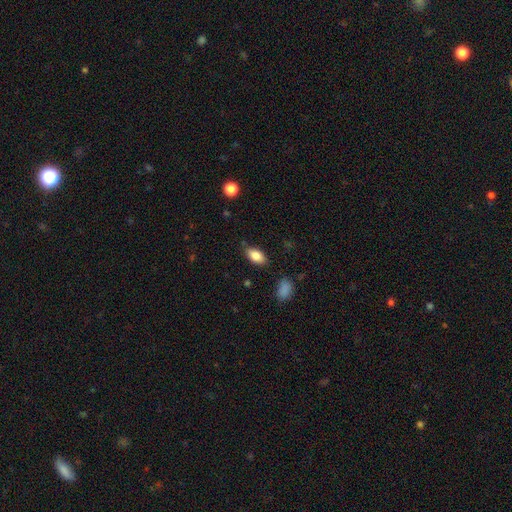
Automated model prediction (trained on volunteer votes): This appears to be a smooth galaxy with no disk features (84%) that is in between round and cigar-shaped (91%). Merging: none (82%).